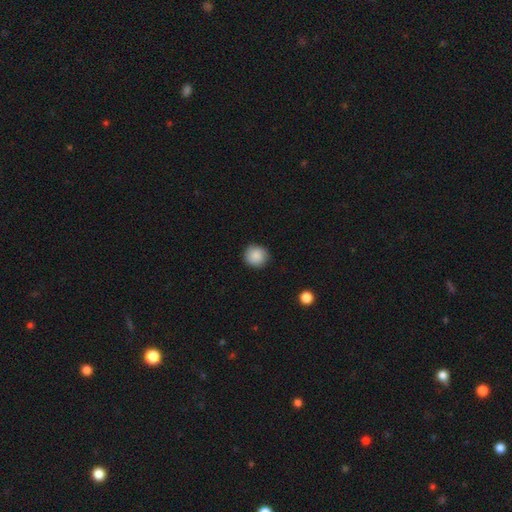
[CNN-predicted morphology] Overall: smooth (88%). How rounded: round (92%). Merging: none (89%).